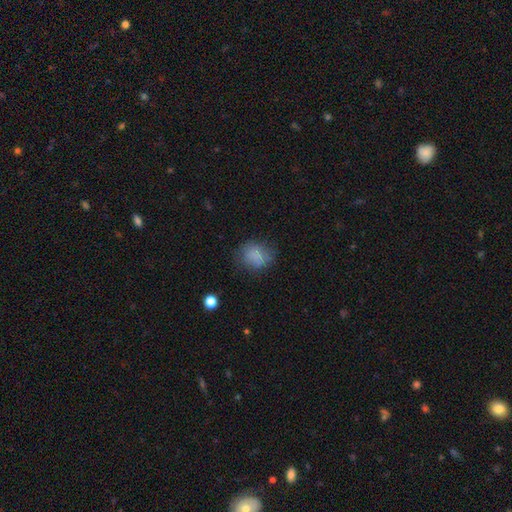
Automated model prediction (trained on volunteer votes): smooth_or_featured: smooth (p=0.77) [alt: featured or disk p=0.12]
how_rounded: round (p=0.57) [alt: in between p=0.42]
merging: none (p=0.67) [alt: minor disturbance p=0.22]